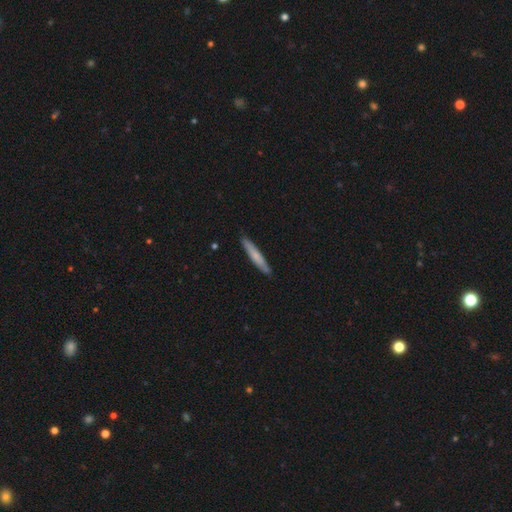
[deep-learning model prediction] Smooth or featured?
  - smooth: 65% *
  - featured or disk: 30%
  - star or artifact: 5%
How rounded?
  - cigar-shaped: 94% *
  - in between: 5%
  - round: 1%
Merging?
  - none: 88% *
  - minor disturbance: 9%
  - major disturbance: 1%
  - merger: 1%